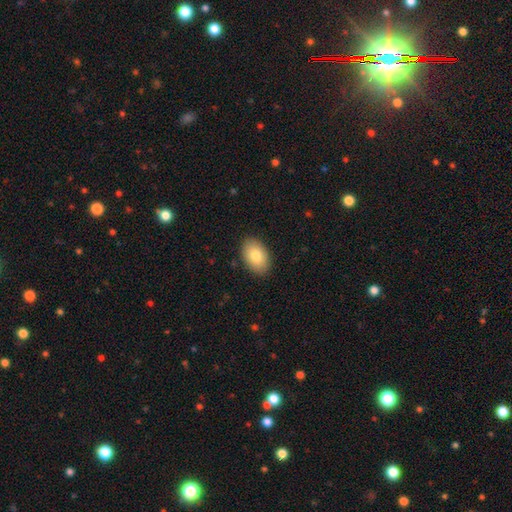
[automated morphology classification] type=smooth (82%); roundness=in between (90%); merging=none (88%).